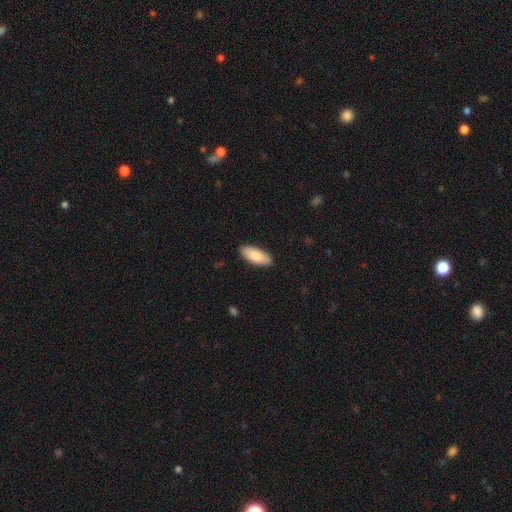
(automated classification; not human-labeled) A smooth galaxy with no disk features (85%) that is in between round and cigar-shaped (86%).

Vote fractions:
- Smooth or featured? smooth: 85% / featured or disk: 9% / star or artifact: 5%
- How rounded? in between: 86% / cigar-shaped: 12% / round: 2%
- Merging? none: 88% / minor disturbance: 9% / major disturbance: 2% / merger: 1%